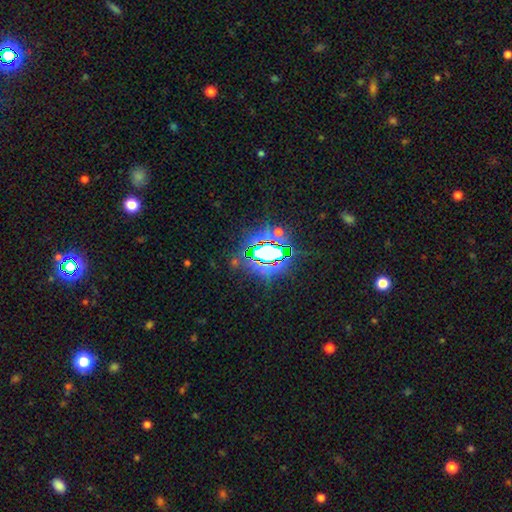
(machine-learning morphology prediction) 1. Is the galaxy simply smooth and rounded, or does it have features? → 82% star or artifact, 10% smooth, 7% featured or disk.